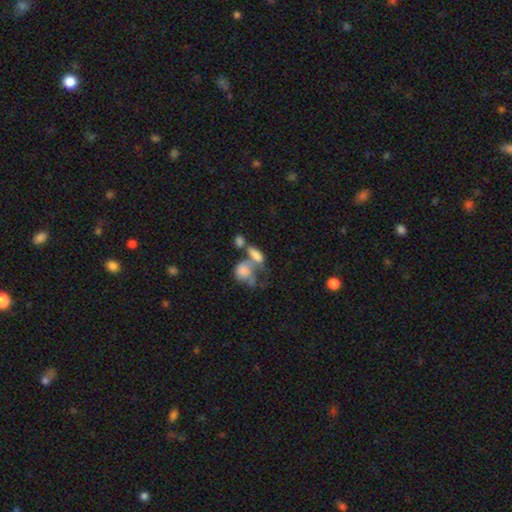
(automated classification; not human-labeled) The model was most divided on "merging": merger: 59%, none: 18%, major disturbance: 13%, minor disturbance: 10%. More confident: how rounded — in between (76%); smooth or featured — smooth (70%).